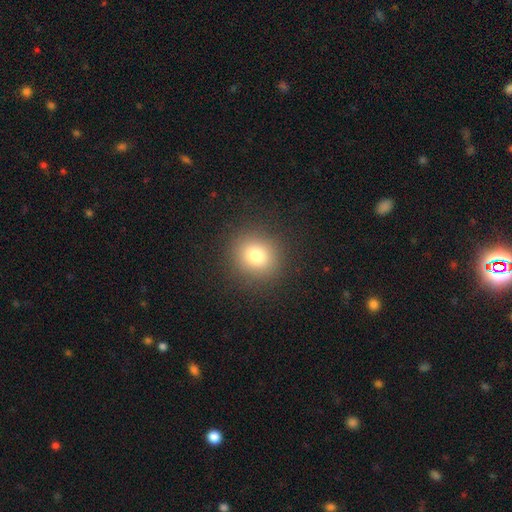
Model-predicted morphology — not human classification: Smooth or featured?
  - smooth: 78% *
  - star or artifact: 13%
  - featured or disk: 8%
How rounded?
  - round: 83% *
  - in between: 16%
  - cigar-shaped: 1%
Merging?
  - none: 89% *
  - minor disturbance: 7%
  - major disturbance: 3%
  - merger: 1%